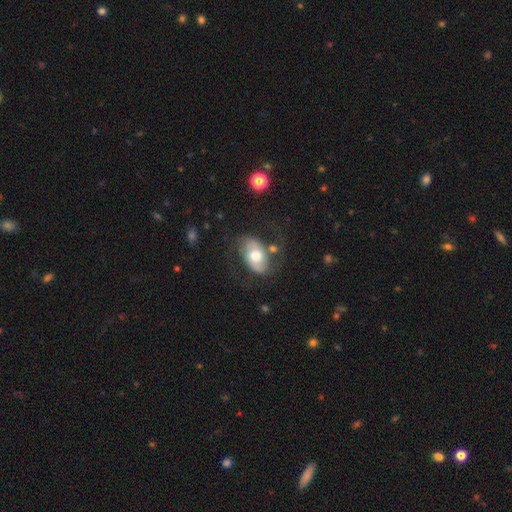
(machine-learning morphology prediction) A featured or disk galaxy (56%) with no bar (57%), spiral arms (72%) and a moderate central bulge (68%).

Vote fractions:
- Smooth or featured? featured or disk: 56% / smooth: 37% / star or artifact: 7%
- Edge-on disk? no: 94% / yes: 6%
- Bar? no: 57% / weak: 29% / strong: 14%
- Spiral arms? yes: 72% / no: 28%
- Bulge size? moderate: 68% / large: 22% / small: 7% / dominant: 2% / none: 1%
- Merging? none: 54% / minor disturbance: 20% / major disturbance: 20% / merger: 6%